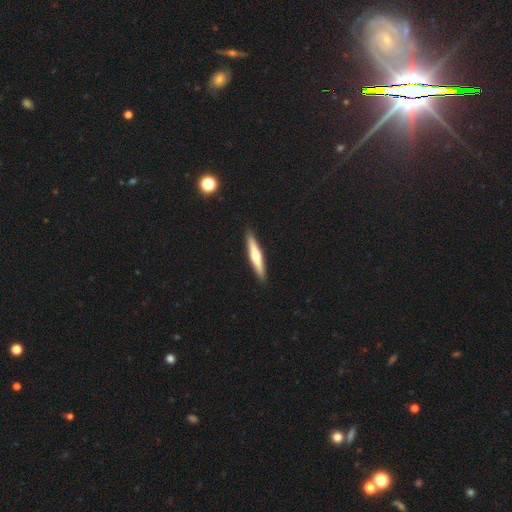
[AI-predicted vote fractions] Overall: featured or disk (53%; smooth 42%). Edge-on disk: yes (95%). Edge-on bulge: rounded (87%). Merging: none (91%).